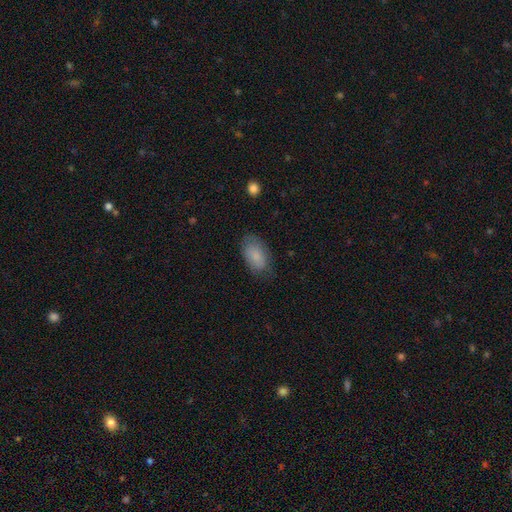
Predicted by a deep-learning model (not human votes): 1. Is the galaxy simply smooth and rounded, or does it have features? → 82% smooth, 11% featured or disk, 7% star or artifact.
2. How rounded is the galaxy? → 92% in between, 6% round, 2% cigar-shaped.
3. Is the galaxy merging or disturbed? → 73% none, 20% minor disturbance, 6% major disturbance, 1% merger.